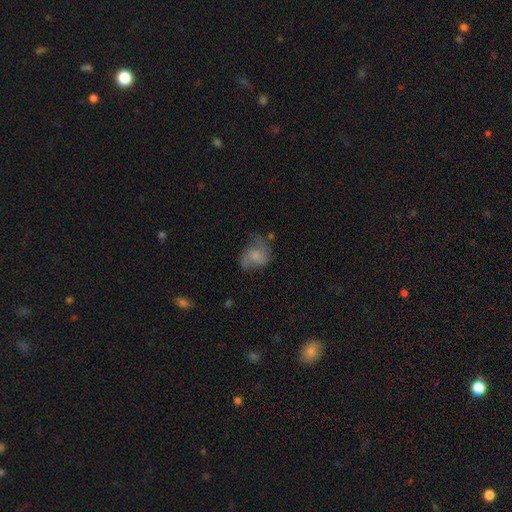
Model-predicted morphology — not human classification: This is possibly a smooth galaxy (46%). Merging: marginally none (45%).